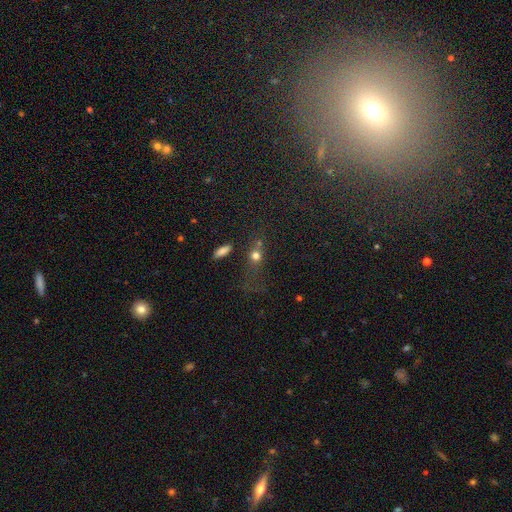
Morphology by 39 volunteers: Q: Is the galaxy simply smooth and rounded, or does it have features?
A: smooth — 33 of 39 (85%).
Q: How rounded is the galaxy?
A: round — 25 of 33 (76%).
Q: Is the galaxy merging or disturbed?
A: none — 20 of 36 (56%).